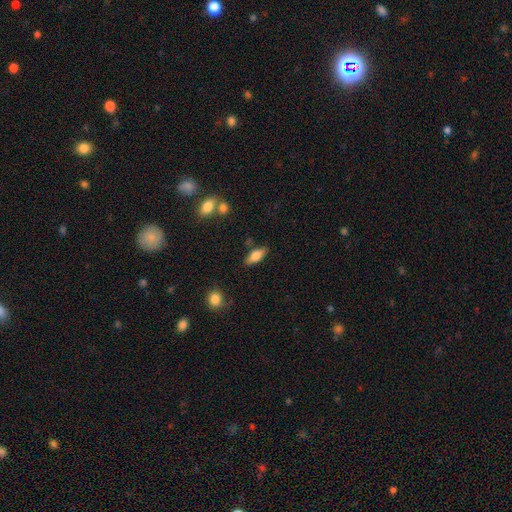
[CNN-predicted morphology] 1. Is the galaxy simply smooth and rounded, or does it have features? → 70% smooth, 23% featured or disk, 7% star or artifact.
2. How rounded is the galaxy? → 79% in between, 18% cigar-shaped, 3% round.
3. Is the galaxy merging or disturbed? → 81% none, 13% minor disturbance, 3% merger, 3% major disturbance.